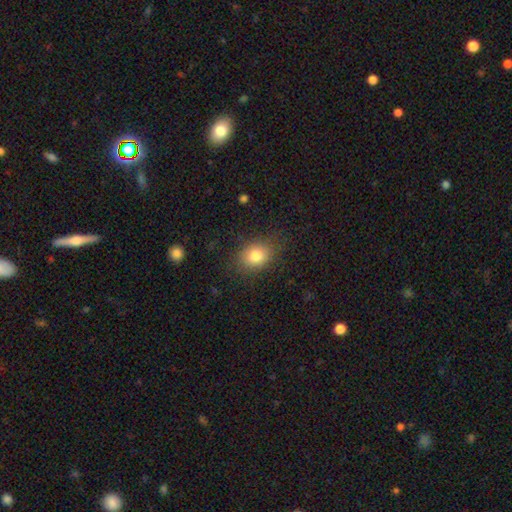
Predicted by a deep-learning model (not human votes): Q: Smooth or featured?
A: smooth (80%); runner-up: star or artifact (11%)
Q: How rounded?
A: in between (57%); runner-up: round (42%)
Q: Merging?
A: none (82%); runner-up: minor disturbance (13%)